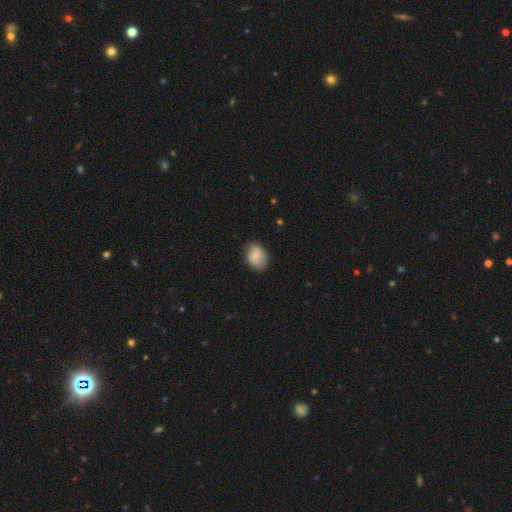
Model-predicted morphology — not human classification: smooth_or_featured: smooth (p=0.73) [alt: featured or disk p=0.19]
how_rounded: in between (p=0.66) [alt: round p=0.33]
merging: none (p=0.74) [alt: minor disturbance p=0.21]